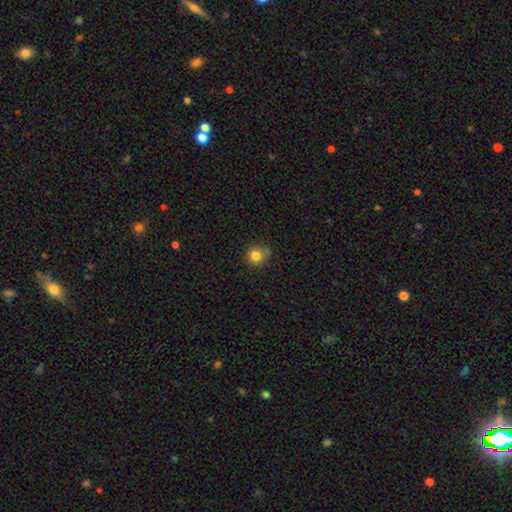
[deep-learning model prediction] Smooth or featured? smooth (82%)
How rounded? round (90%)
Merging? none (71%)